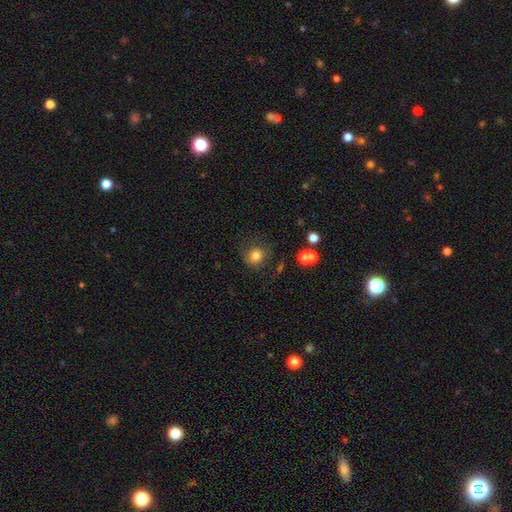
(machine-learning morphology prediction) A smooth galaxy with no disk features (77%) that is round (83%).

Vote fractions:
- Smooth or featured? smooth: 77% / star or artifact: 12% / featured or disk: 11%
- How rounded? round: 83% / in between: 16% / cigar-shaped: 1%
- Merging? none: 66% / minor disturbance: 19% / major disturbance: 10% / merger: 4%